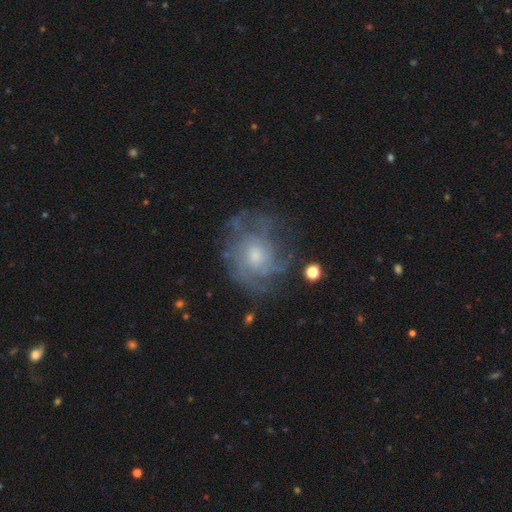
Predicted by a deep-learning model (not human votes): Smooth or featured: featured or disk — 69% (smooth — 21%)
Edge-on disk: no — 97% (yes — 3%)
Bar: no — 79% (weak — 18%)
Spiral arms: yes — 74% (no — 26%)
Bulge size: moderate — 52% (small — 35%)
Merging: none — 62% (minor disturbance — 19%)